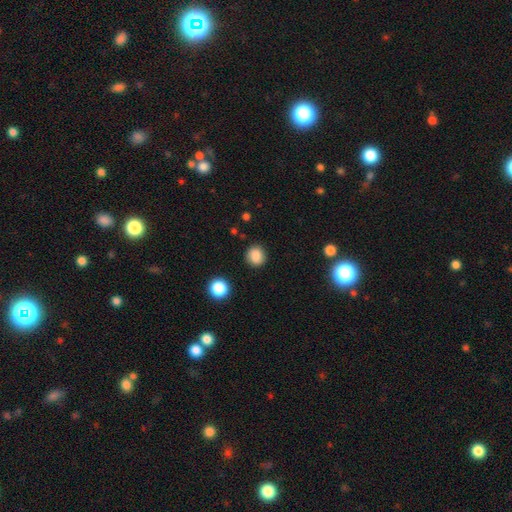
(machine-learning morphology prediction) Smooth or featured? Predicted: smooth (p=0.84). How rounded? Predicted: round (p=0.85). Merging? Predicted: none (p=0.87).